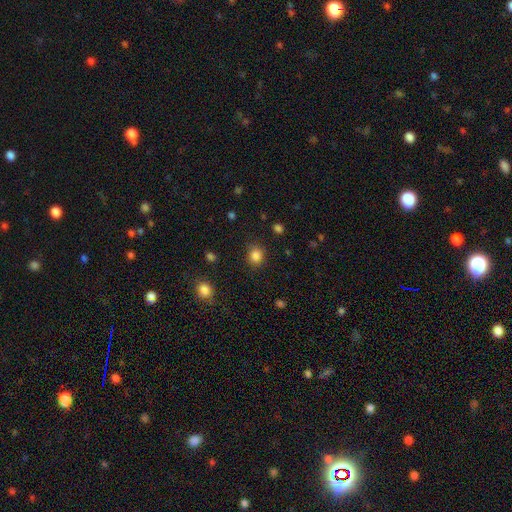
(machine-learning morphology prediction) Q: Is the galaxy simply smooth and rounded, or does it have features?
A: smooth — 84%.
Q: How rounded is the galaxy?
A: round — 78%.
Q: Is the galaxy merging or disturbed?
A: none — 84%.